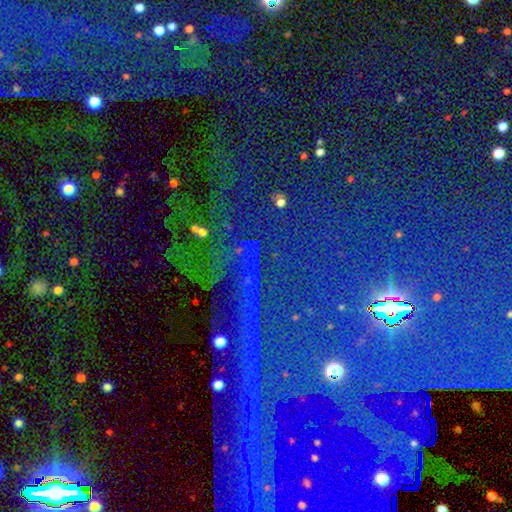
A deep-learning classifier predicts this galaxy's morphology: A star or artifact, not a galaxy (83%).